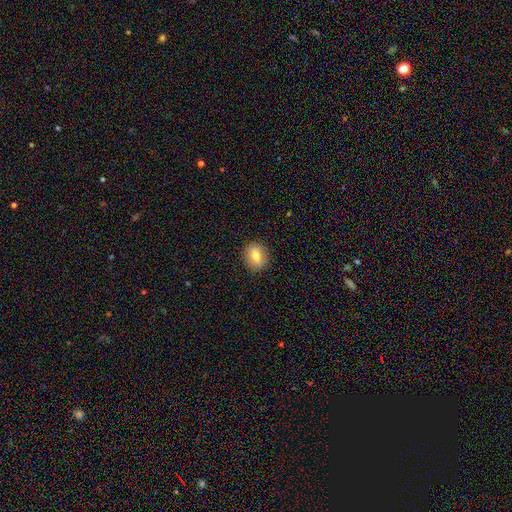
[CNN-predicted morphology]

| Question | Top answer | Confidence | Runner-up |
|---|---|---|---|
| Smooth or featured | smooth | 72% | featured or disk (18%) |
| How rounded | round | 68% | in between (31%) |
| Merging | none | 89% | minor disturbance (8%) |